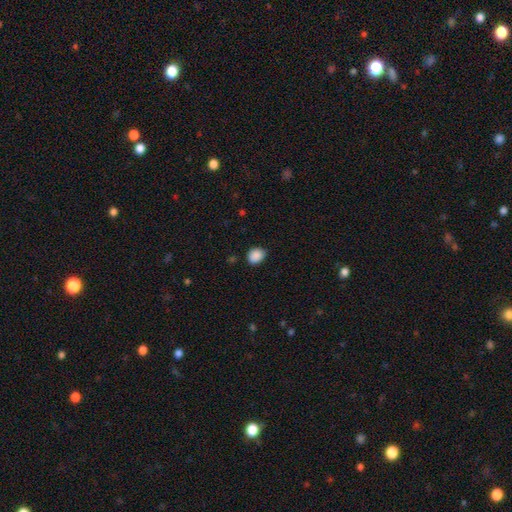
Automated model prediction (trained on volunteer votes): smooth 89%, star or artifact 9%, featured or disk 3%. Down the decision tree: how rounded — round (51%); merging — none (82%).